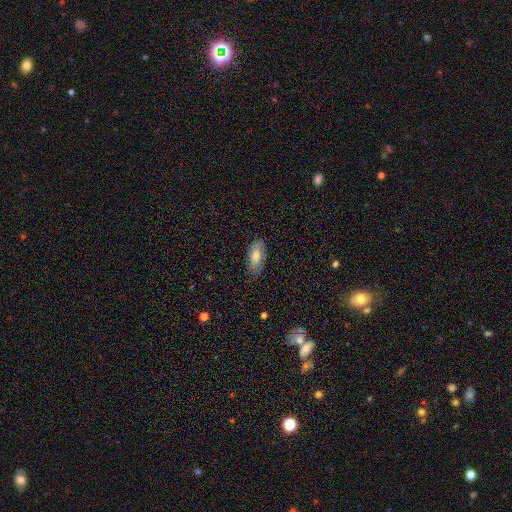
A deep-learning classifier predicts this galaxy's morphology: A smooth galaxy with no disk features (59%) that is in between round and cigar-shaped (89%). Merging: none (75%).